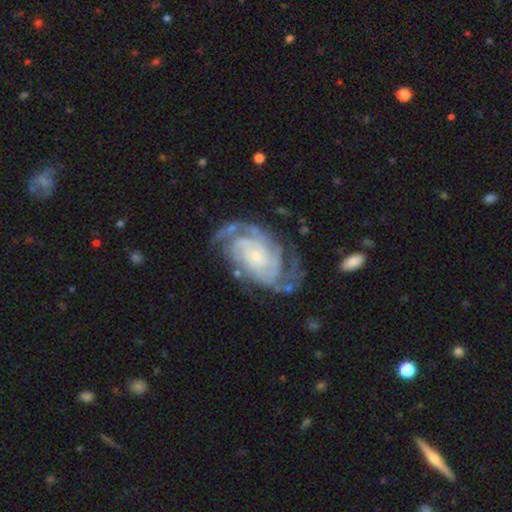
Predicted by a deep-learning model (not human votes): This appears to be a featured or disk galaxy (91%) with no bar (70%), 2 (41%) tight (65%) spiral arms (98%) and a small central bulge (68%). Merging: none (68%).